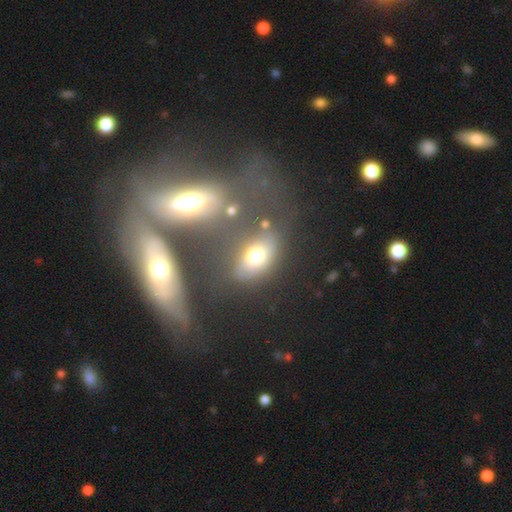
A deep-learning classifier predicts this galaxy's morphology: Smooth or featured: smooth — 68% (star or artifact — 16%)
How rounded: in between — 71% (round — 25%)
Merging: none — 68% (minor disturbance — 15%)